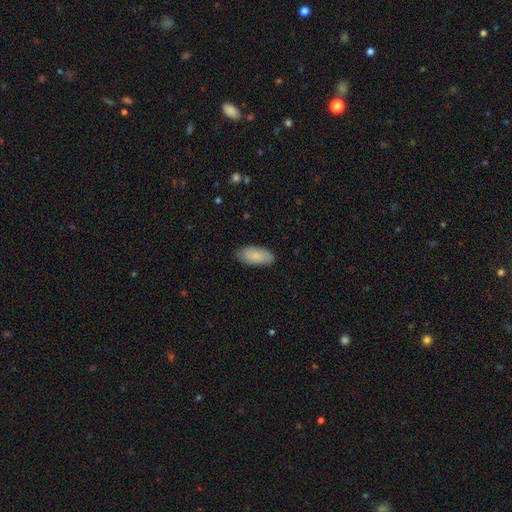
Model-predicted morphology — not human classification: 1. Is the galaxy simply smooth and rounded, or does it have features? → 85% smooth, 10% featured or disk, 6% star or artifact.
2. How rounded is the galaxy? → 91% in between, 7% cigar-shaped, 2% round.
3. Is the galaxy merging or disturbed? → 83% none, 14% minor disturbance, 2% major disturbance, 1% merger.